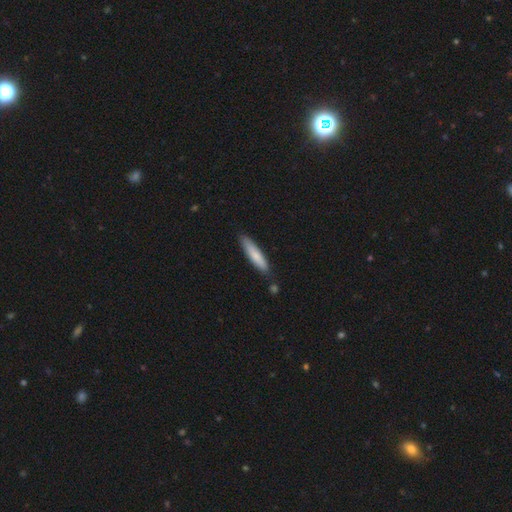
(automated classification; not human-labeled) smooth-or-featured: smooth: 77% | featured or disk: 17% | star or artifact: 6%
  how-rounded: cigar-shaped: 82% | in between: 17% | round: 1%
  merging: none: 81% | minor disturbance: 13% | merger: 4% | major disturbance: 2%